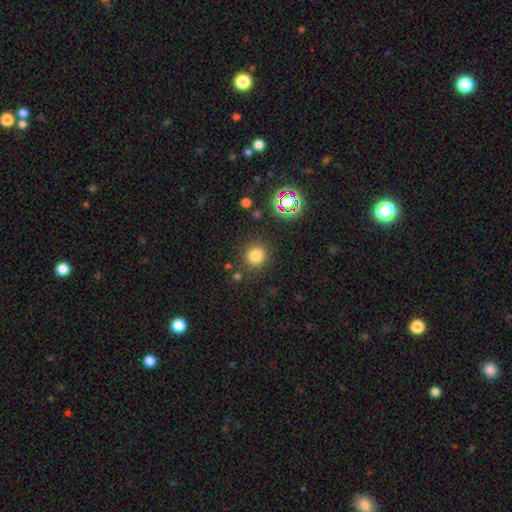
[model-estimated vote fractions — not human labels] Smooth or featured?
  - smooth: 77% *
  - star or artifact: 17%
  - featured or disk: 6%
How rounded?
  - round: 92% *
  - in between: 7%
  - cigar-shaped: 1%
Merging?
  - none: 85% *
  - minor disturbance: 9%
  - major disturbance: 3%
  - merger: 3%